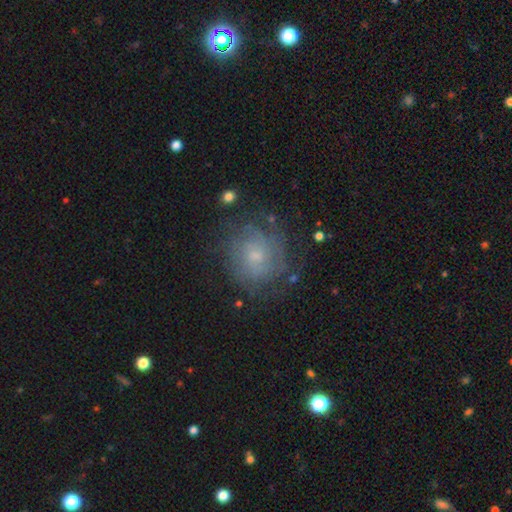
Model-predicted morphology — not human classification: A featured or disk galaxy (52%) with no bar (74%), spiral arms (74%) and a small central bulge (61%).

Vote fractions:
- Smooth or featured? featured or disk: 52% / smooth: 36% / star or artifact: 11%
- Edge-on disk? no: 97% / yes: 3%
- Bar? no: 74% / weak: 23% / strong: 3%
- Spiral arms? yes: 74% / no: 26%
- Bulge size? small: 61% / moderate: 30% / none: 5% / large: 3% / dominant: 1%
- Merging? none: 70% / minor disturbance: 18% / major disturbance: 10% / merger: 2%